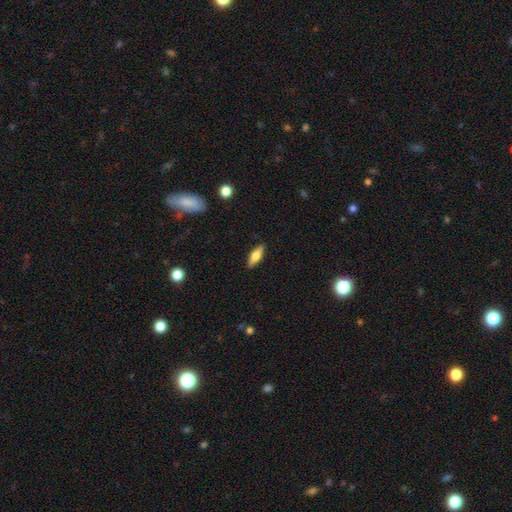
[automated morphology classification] type=smooth (63%); roundness=in between (55%); merging=none (89%).